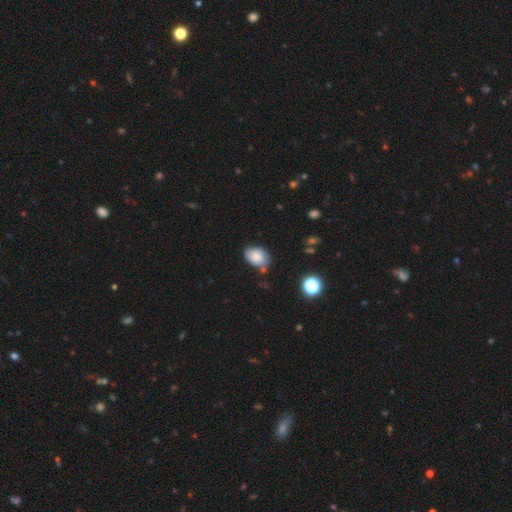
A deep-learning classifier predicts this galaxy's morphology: smooth-or-featured: smooth: 81% | featured or disk: 10% | star or artifact: 9%
  how-rounded: in between: 76% | round: 22% | cigar-shaped: 1%
  merging: none: 63% | minor disturbance: 25% | merger: 7% | major disturbance: 5%